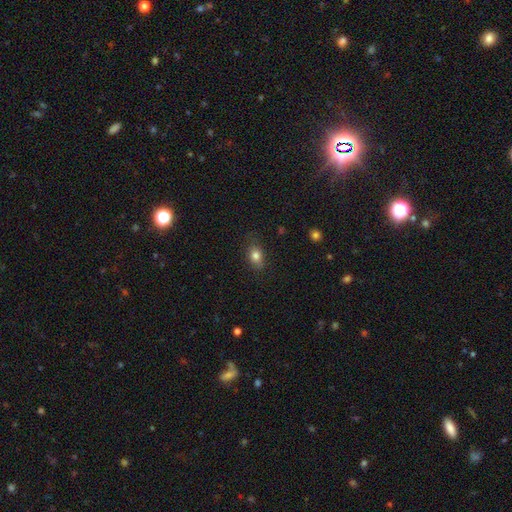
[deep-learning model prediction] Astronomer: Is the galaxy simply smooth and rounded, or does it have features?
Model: smooth — 82%.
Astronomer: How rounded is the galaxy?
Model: in between — 72%.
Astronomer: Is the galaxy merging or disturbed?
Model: none — 78%.